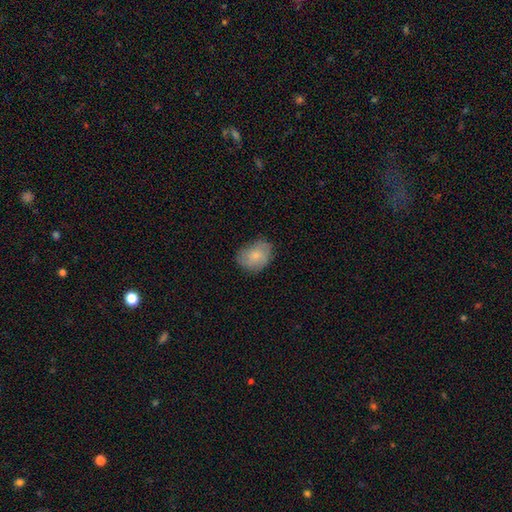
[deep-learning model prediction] Morphology: type=smooth (74%); roundness=in between (63%); merging=none (72%).